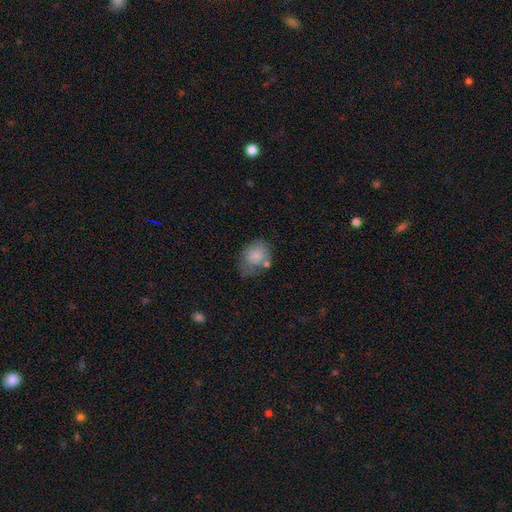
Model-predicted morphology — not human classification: This appears to be a smooth galaxy with no disk features (77%) that is in between round and cigar-shaped (50%). Merging: none (40%).